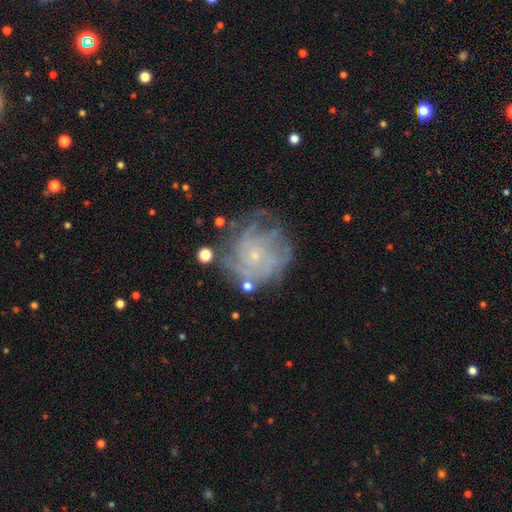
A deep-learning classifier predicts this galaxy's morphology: Q: Smooth or featured?
A: featured or disk (81%); runner-up: smooth (11%)
Q: Edge-on disk?
A: no (98%); runner-up: yes (2%)
Q: Bar?
A: no (81%); runner-up: weak (16%)
Q: Spiral arms?
A: yes (92%); runner-up: no (8%)
Q: Spiral winding?
A: tight (64%); runner-up: medium (28%)
Q: Spiral arm count?
A: can't tell (35%); runner-up: 4 (23%)
Q: Bulge size?
A: small (85%); runner-up: moderate (9%)
Q: Merging?
A: none (63%); runner-up: minor disturbance (21%)